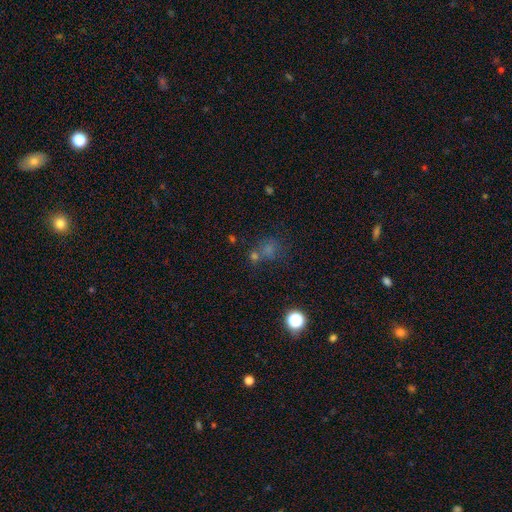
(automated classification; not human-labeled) The model was most divided on "smooth or featured": smooth: 52%, star or artifact: 36%, featured or disk: 12%. More confident: how rounded — round (77%); merging — none (53%).